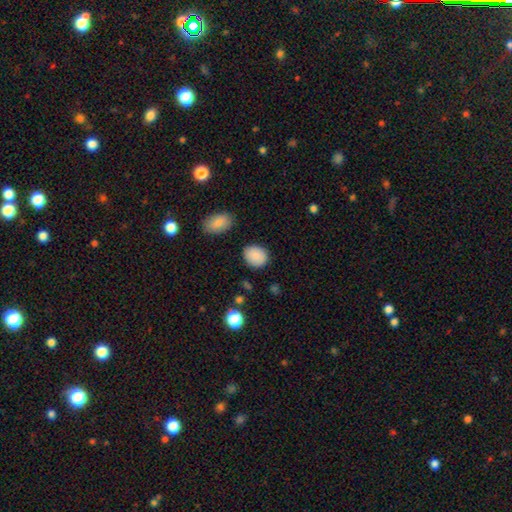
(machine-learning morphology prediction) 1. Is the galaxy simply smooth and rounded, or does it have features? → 87% smooth, 8% star or artifact, 5% featured or disk.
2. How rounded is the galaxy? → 62% round, 37% in between, 1% cigar-shaped.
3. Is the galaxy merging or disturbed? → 84% none, 11% minor disturbance, 3% major disturbance, 2% merger.